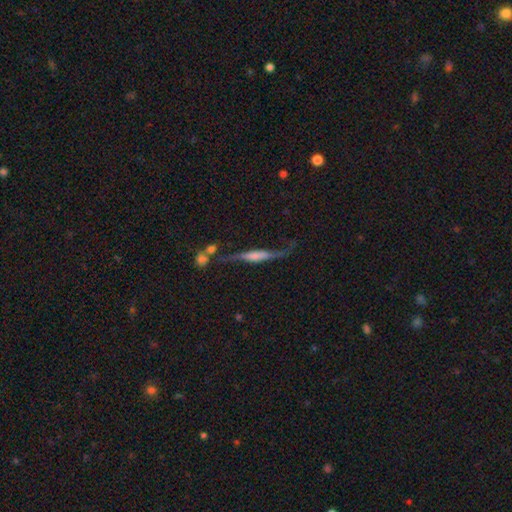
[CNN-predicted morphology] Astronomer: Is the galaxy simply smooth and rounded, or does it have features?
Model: featured or disk — 67%.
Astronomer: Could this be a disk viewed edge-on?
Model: yes — 67%.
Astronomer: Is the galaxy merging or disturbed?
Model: none — 48%.